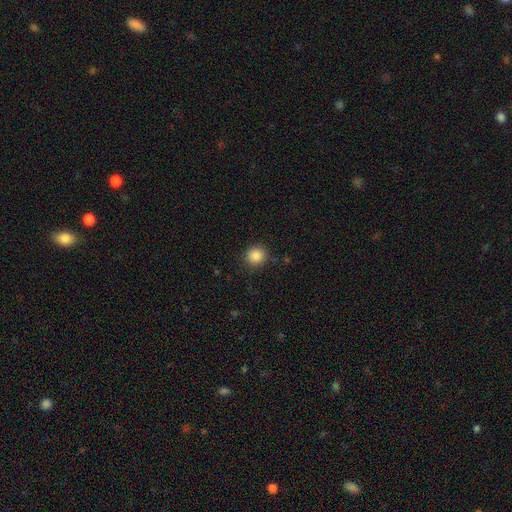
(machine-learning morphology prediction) This is clearly a smooth galaxy (86%). How rounded: clearly round (92%). Merging: clearly none (89%).